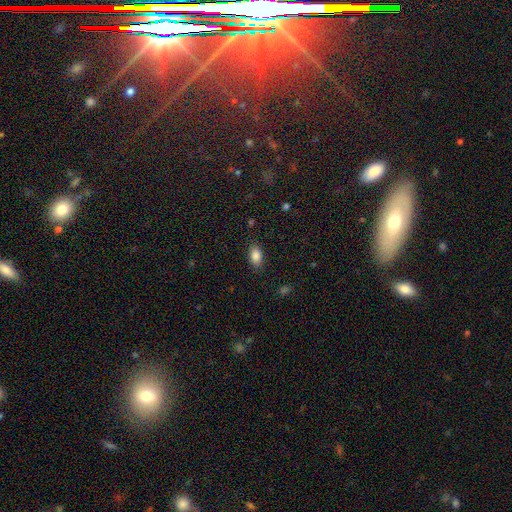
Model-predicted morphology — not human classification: smooth_or_featured: smooth (p=0.87) [alt: star or artifact p=0.08]
how_rounded: in between (p=0.91) [alt: round p=0.06]
merging: none (p=0.86) [alt: minor disturbance p=0.10]